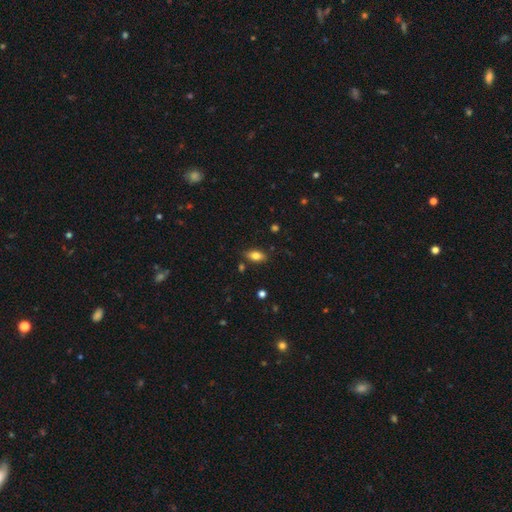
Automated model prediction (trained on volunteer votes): This is likely a smooth galaxy (79%). How rounded: clearly in between (89%). Merging: clearly none (83%).